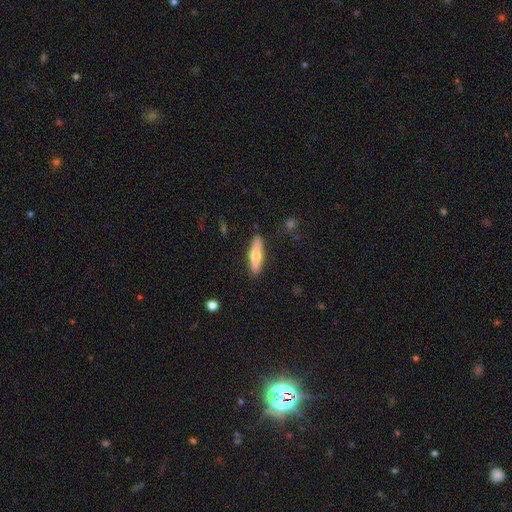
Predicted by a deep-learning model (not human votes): This appears to be a smooth galaxy with no disk features (60%) that is cigar-shaped (69%). Merging: none (88%).